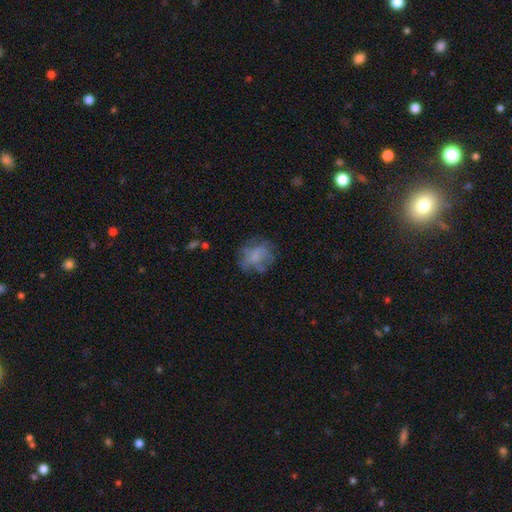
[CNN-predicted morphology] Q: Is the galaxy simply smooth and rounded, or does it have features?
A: smooth — 50%.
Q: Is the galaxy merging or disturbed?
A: none — 59%.